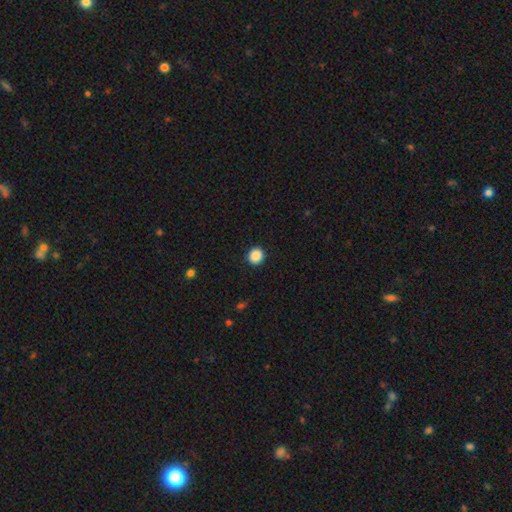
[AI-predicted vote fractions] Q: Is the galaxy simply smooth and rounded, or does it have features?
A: smooth — 88%.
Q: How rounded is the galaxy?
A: round — 88%.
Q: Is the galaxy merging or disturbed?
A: none — 92%.